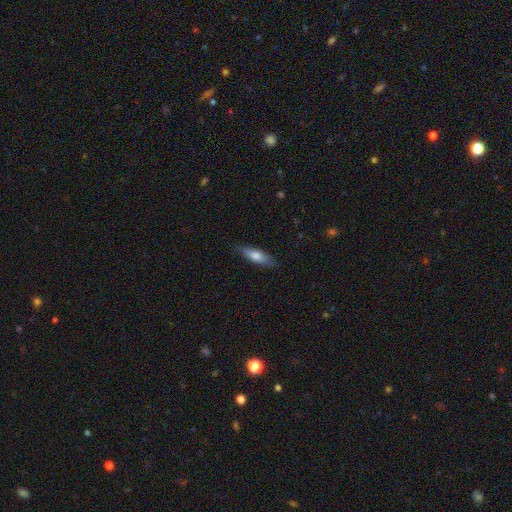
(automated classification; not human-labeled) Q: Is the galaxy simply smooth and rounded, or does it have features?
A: smooth — 68%.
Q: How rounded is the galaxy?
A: cigar-shaped — 56%.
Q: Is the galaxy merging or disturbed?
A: none — 83%.